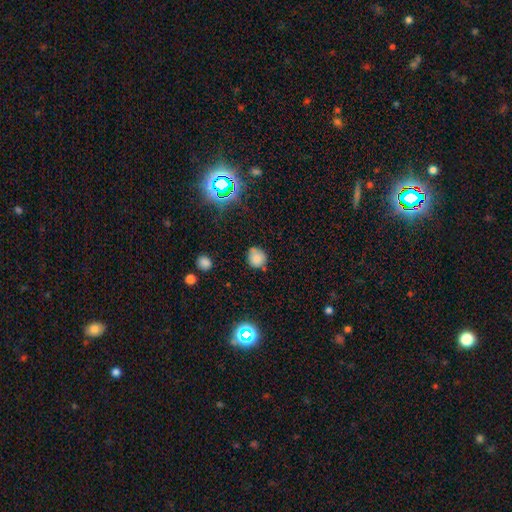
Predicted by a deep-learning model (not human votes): Smooth or featured? smooth (77%)
How rounded? round (83%)
Merging? none (73%)